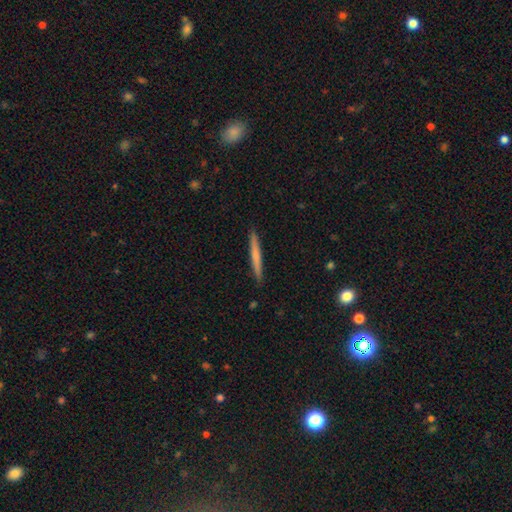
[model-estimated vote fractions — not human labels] Smooth or featured? smooth (64%)
How rounded? cigar-shaped (97%)
Merging? none (92%)